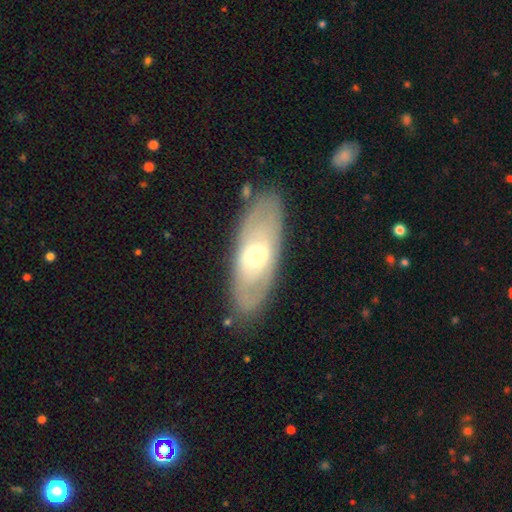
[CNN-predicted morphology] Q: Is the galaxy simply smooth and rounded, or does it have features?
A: featured or disk — 55%.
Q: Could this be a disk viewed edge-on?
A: no — 81%.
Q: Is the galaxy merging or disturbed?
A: none — 81%.